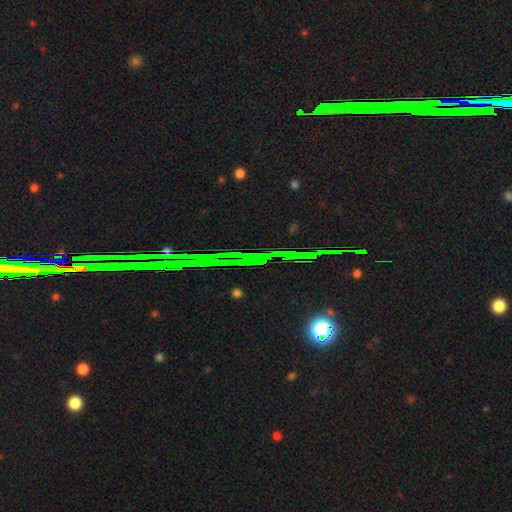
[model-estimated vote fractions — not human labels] Smooth or featured: star or artifact — 86% (featured or disk — 8%)